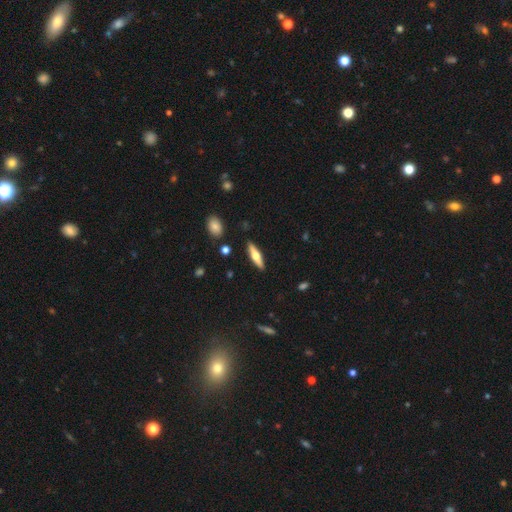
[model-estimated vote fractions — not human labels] smooth-or-featured: featured or disk: 50% | smooth: 44% | star or artifact: 6%
  disk-edge-on: yes: 93% | no: 7%
  merging: none: 89% | minor disturbance: 7% | major disturbance: 2% | merger: 2%